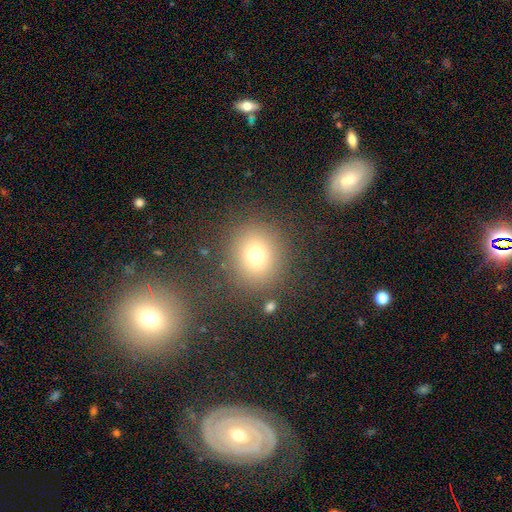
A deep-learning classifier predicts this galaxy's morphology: Smooth or featured?
  - smooth: 72% *
  - star or artifact: 17%
  - featured or disk: 11%
How rounded?
  - round: 88% *
  - in between: 11%
  - cigar-shaped: 1%
Merging?
  - none: 83% *
  - minor disturbance: 8%
  - major disturbance: 5%
  - merger: 3%